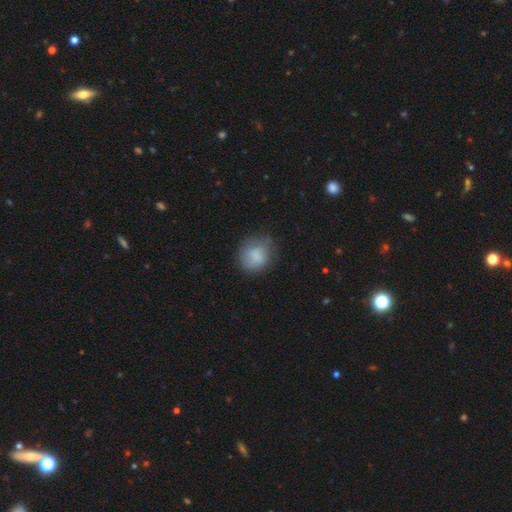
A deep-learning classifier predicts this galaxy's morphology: This appears to be a smooth galaxy with no disk features (78%) that is round (68%). Merging: none (59%).